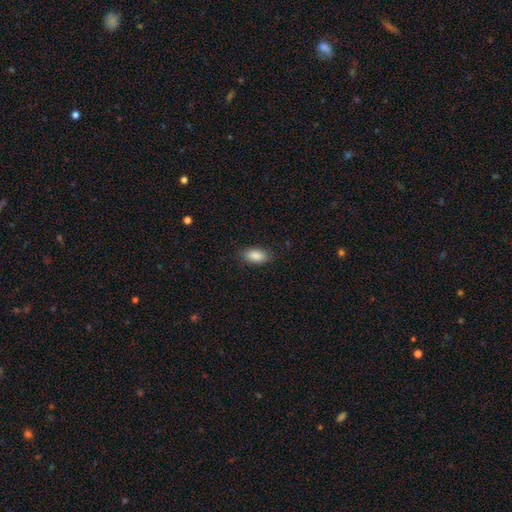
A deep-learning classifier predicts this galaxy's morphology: Smooth or featured?
  - smooth: 88% *
  - star or artifact: 7%
  - featured or disk: 5%
How rounded?
  - in between: 92% *
  - cigar-shaped: 4%
  - round: 4%
Merging?
  - none: 86% *
  - minor disturbance: 10%
  - major disturbance: 3%
  - merger: 1%